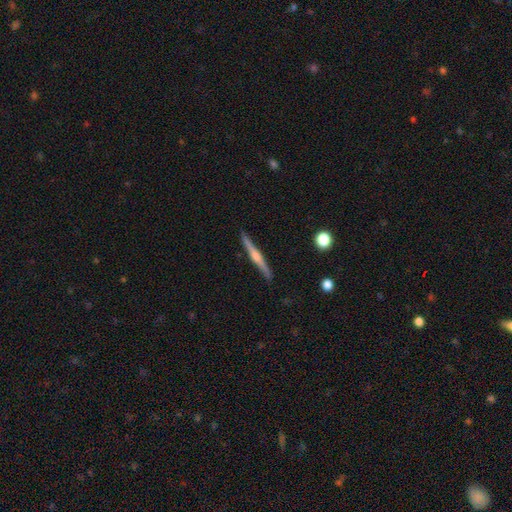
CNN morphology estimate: smooth_or_featured: featured or disk (p=0.76) [alt: smooth p=0.19]
disk_edge_on: yes (p=0.98) [alt: no p=0.02]
edge_on_bulge: rounded (p=0.82) [alt: none p=0.11]
merging: none (p=0.91) [alt: minor disturbance p=0.07]